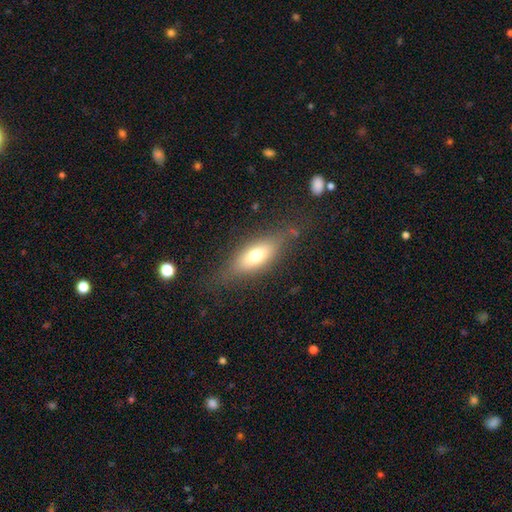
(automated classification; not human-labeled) Smooth or featured?
  - smooth: 63% *
  - featured or disk: 29%
  - star or artifact: 9%
How rounded?
  - in between: 67% *
  - cigar-shaped: 28%
  - round: 5%
Merging?
  - none: 73% *
  - minor disturbance: 18%
  - major disturbance: 8%
  - merger: 2%